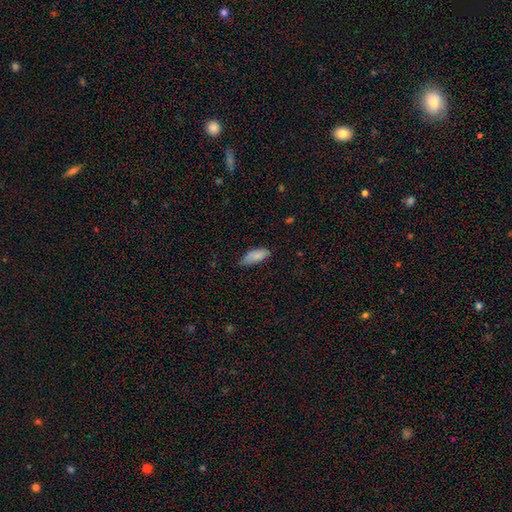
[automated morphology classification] Smooth or featured? smooth (85%)
How rounded? in between (77%)
Merging? none (59%)